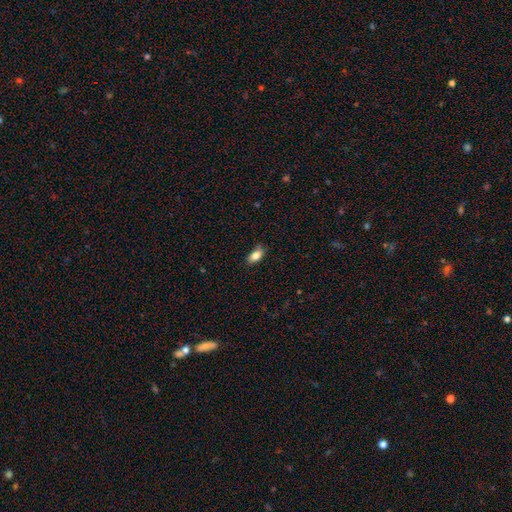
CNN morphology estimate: Smooth or featured: smooth — 83% (featured or disk — 9%)
How rounded: in between — 89% (cigar-shaped — 6%)
Merging: none — 77% (minor disturbance — 19%)